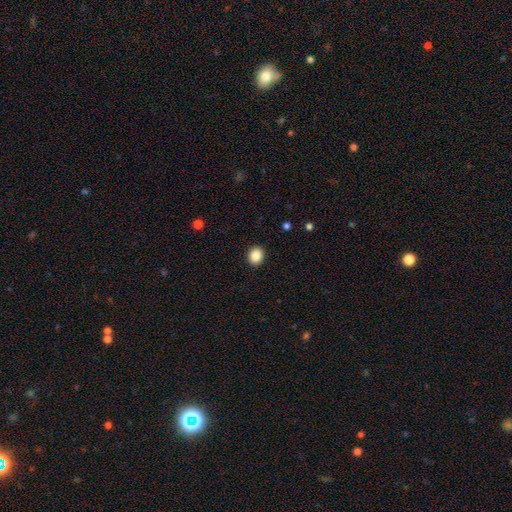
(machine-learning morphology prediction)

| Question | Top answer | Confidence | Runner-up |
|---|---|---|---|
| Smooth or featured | smooth | 87% | star or artifact (9%) |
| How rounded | round | 69% | in between (30%) |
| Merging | none | 92% | minor disturbance (5%) |